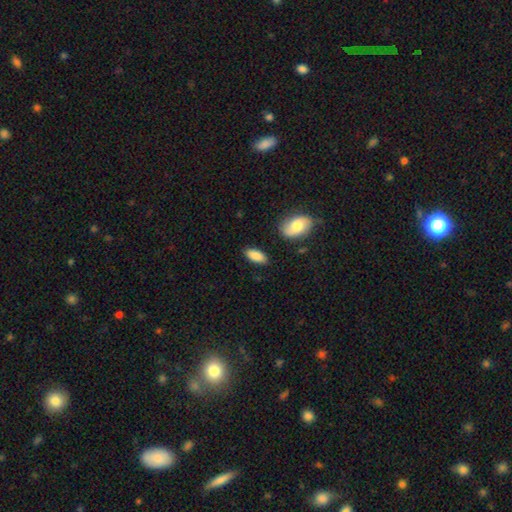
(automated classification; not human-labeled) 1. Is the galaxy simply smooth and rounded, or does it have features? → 87% smooth, 7% featured or disk, 6% star or artifact.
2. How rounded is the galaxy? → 89% in between, 8% cigar-shaped, 2% round.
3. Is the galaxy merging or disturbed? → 84% none, 11% minor disturbance, 2% major disturbance, 2% merger.